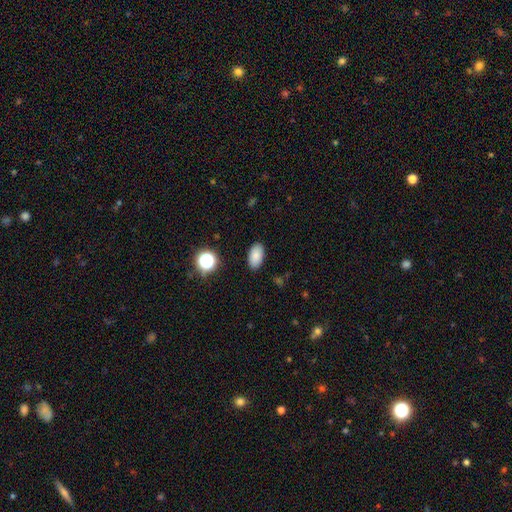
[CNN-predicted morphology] Overall: smooth (86%). How rounded: in between (93%). Merging: none (88%).